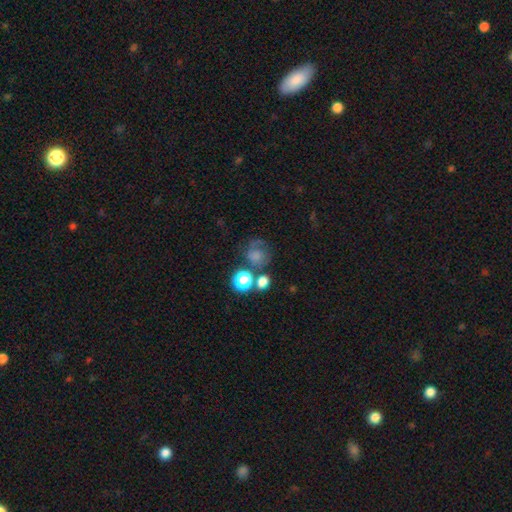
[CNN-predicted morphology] A smooth galaxy with no disk features (63%) that is round (81%).

Vote fractions:
- Smooth or featured? smooth: 63% / featured or disk: 20% / star or artifact: 17%
- How rounded? round: 81% / in between: 18% / cigar-shaped: 1%
- Merging? none: 49% / merger: 19% / minor disturbance: 18% / major disturbance: 15%